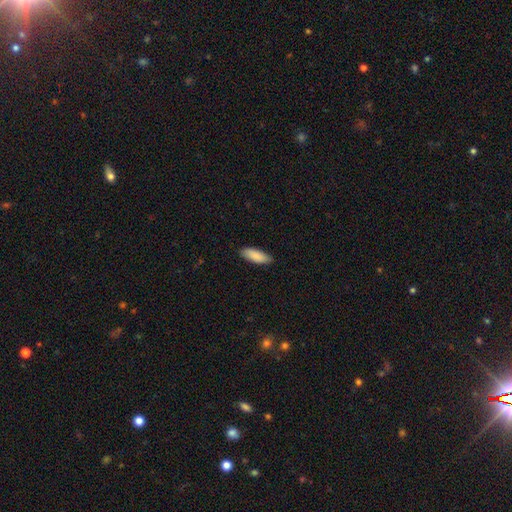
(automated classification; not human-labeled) Q: Smooth or featured?
A: smooth (89%); runner-up: star or artifact (5%)
Q: How rounded?
A: in between (72%); runner-up: cigar-shaped (27%)
Q: Merging?
A: none (86%); runner-up: minor disturbance (11%)